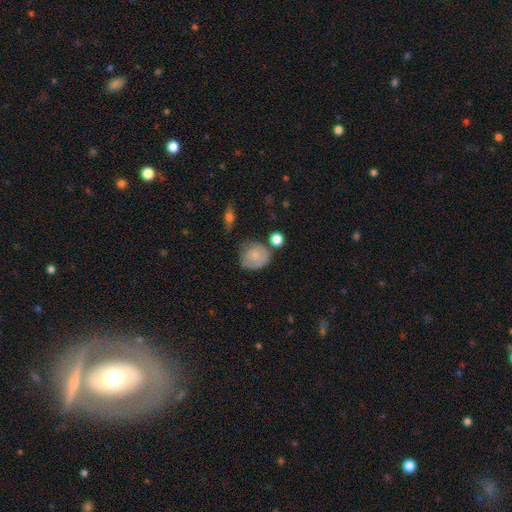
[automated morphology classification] smooth_or_featured: smooth (p=0.73) [alt: featured or disk p=0.19]
how_rounded: round (p=0.74) [alt: in between p=0.25]
merging: none (p=0.51) [alt: minor disturbance p=0.29]